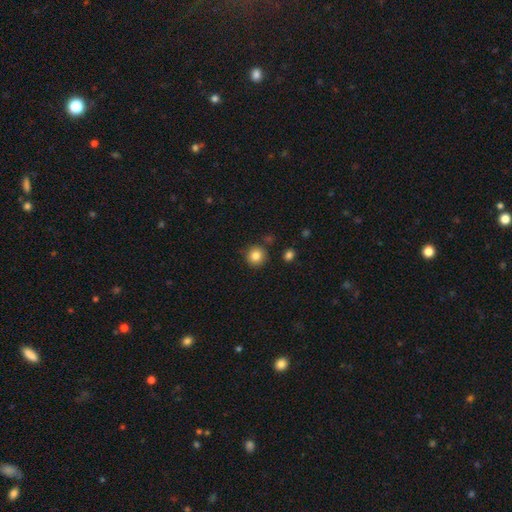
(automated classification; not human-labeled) A smooth galaxy with no disk features (84%) that is round (93%).

Vote fractions:
- Smooth or featured? smooth: 84% / star or artifact: 11% / featured or disk: 6%
- How rounded? round: 93% / in between: 6% / cigar-shaped: 1%
- Merging? none: 86% / minor disturbance: 8% / merger: 3% / major disturbance: 2%